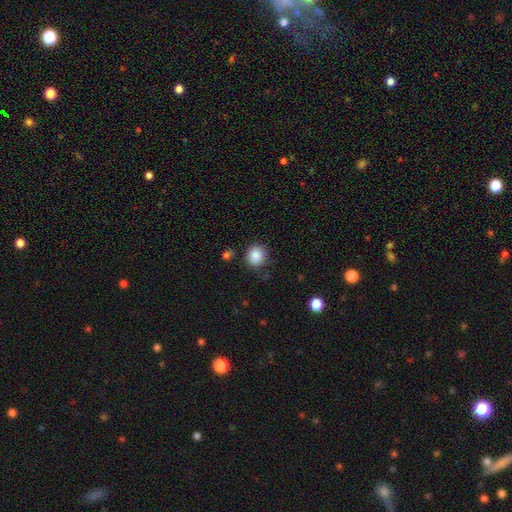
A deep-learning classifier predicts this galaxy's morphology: A smooth galaxy with no disk features (87%) that is round (87%). Merging: none (83%).